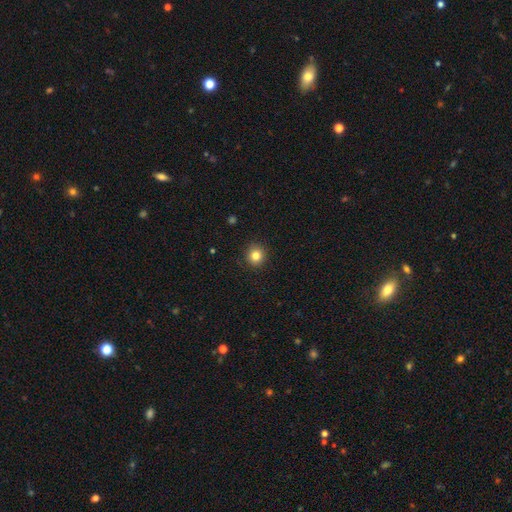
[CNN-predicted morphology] Smooth or featured? Predicted: smooth (p=0.83). How rounded? Predicted: round (p=0.92). Merging? Predicted: none (p=0.91).